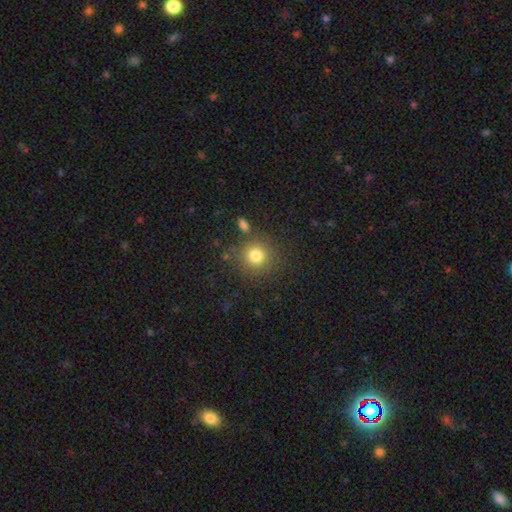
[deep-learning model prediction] This appears to be a smooth galaxy with no disk features (80%) that is round (91%). Merging: none (81%).